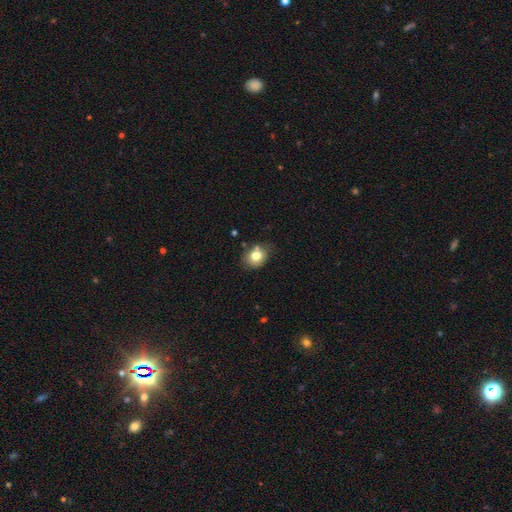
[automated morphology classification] The model was most divided on "how rounded": round: 50%, in between: 49%, cigar-shaped: 1%. More confident: smooth or featured — smooth (78%); merging — none (64%).